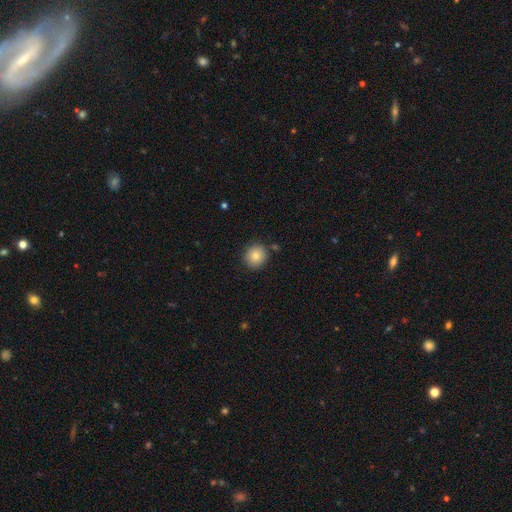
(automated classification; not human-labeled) Morphology: type=smooth (83%); roundness=round (88%); merging=none (86%).